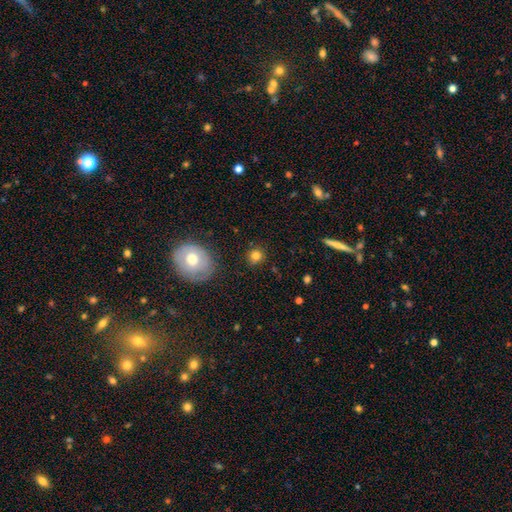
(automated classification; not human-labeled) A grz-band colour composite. It shows a smooth galaxy with no disk features (80%) that is round (88%). Merging: none (86%).